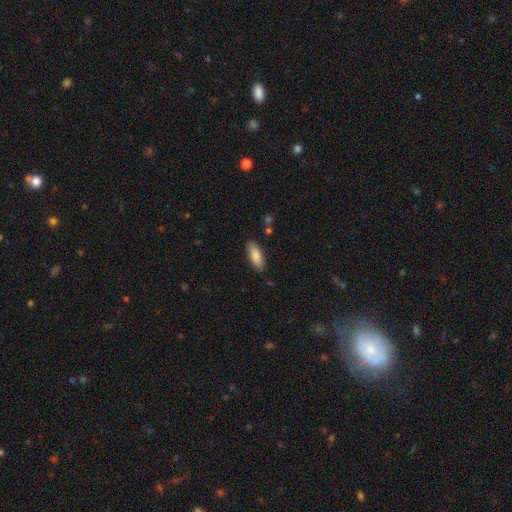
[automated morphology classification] smooth-or-featured: smooth: 85% | featured or disk: 9% | star or artifact: 6%
  how-rounded: in between: 76% | cigar-shaped: 23% | round: 2%
  merging: none: 86% | minor disturbance: 10% | major disturbance: 2% | merger: 2%